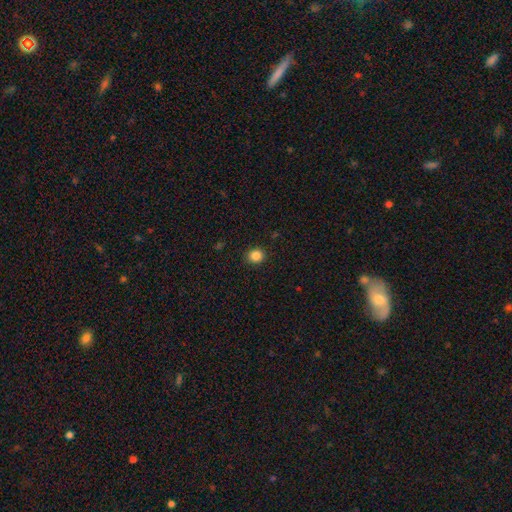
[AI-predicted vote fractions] This is clearly a smooth galaxy (85%). How rounded: clearly round (81%). Merging: clearly none (91%).